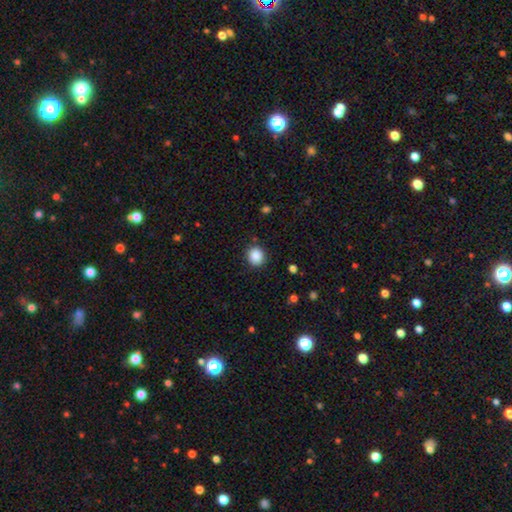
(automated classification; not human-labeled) The model was most divided on "how rounded": round: 82%, in between: 18%, cigar-shaped: 1%. More confident: smooth or featured — smooth (88%); merging — none (88%).